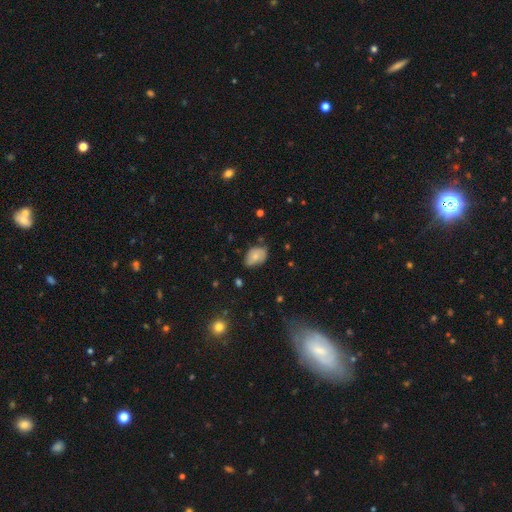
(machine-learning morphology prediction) Q: Smooth or featured?
A: smooth (67%); runner-up: featured or disk (24%)
Q: How rounded?
A: in between (85%); runner-up: round (14%)
Q: Merging?
A: none (55%); runner-up: minor disturbance (35%)